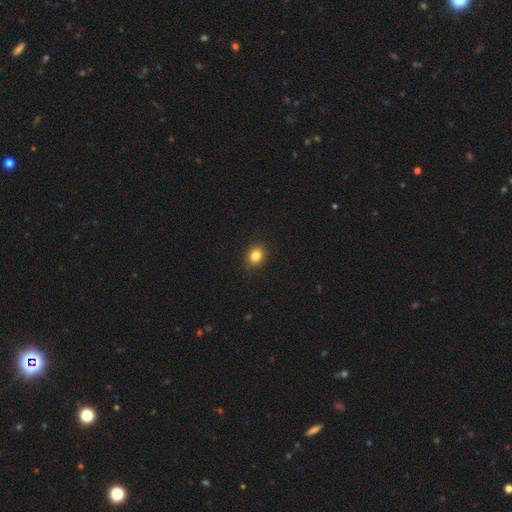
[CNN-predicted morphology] smooth-or-featured: smooth: 83% | star or artifact: 11% | featured or disk: 6%
  how-rounded: round: 55% | in between: 44% | cigar-shaped: 1%
  merging: none: 88% | minor disturbance: 9% | major disturbance: 2% | merger: 1%